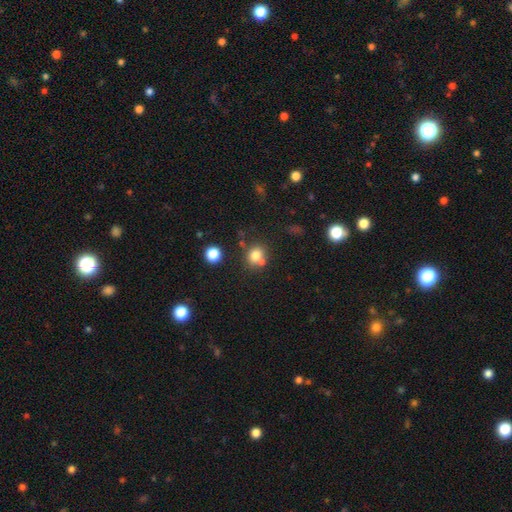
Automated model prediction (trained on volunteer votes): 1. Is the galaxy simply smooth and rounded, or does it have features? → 77% smooth, 13% star or artifact, 10% featured or disk.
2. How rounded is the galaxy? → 76% round, 23% in between, 1% cigar-shaped.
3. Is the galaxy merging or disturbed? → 61% none, 23% merger, 11% minor disturbance, 4% major disturbance.